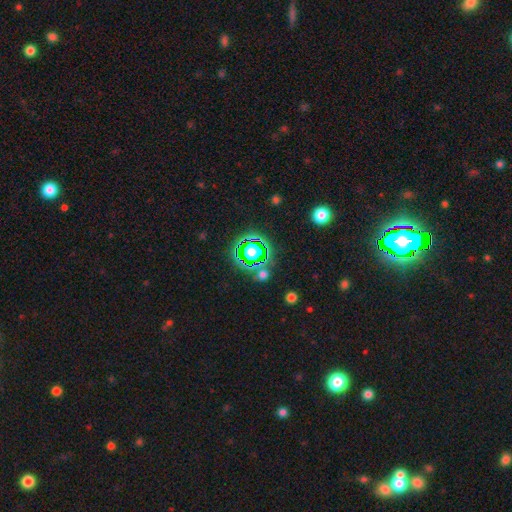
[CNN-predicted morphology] A star or artifact, not a galaxy (78%).

Vote fractions:
- Smooth or featured? star or artifact: 78% / smooth: 14% / featured or disk: 8%